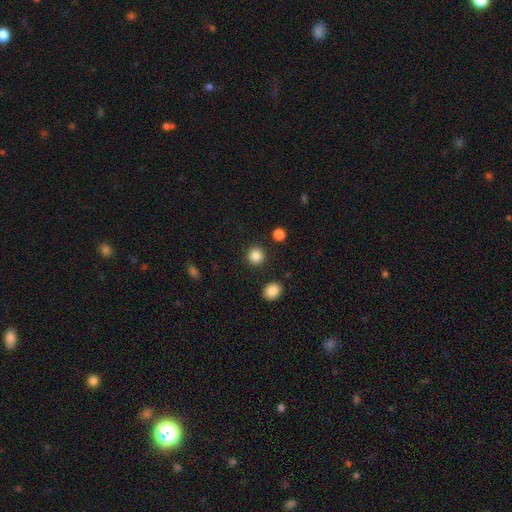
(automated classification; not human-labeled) The model was most divided on "smooth or featured": smooth: 86%, star or artifact: 11%, featured or disk: 3%. More confident: how rounded — round (93%); merging — none (90%).